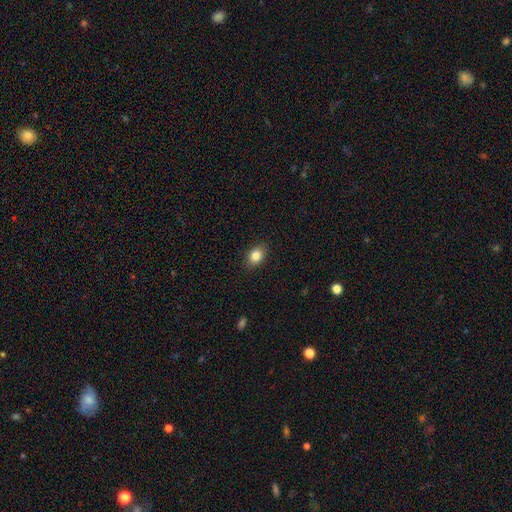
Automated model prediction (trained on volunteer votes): smooth 84%, star or artifact 9%, featured or disk 7%. Down the decision tree: how rounded — in between (71%); merging — none (88%).